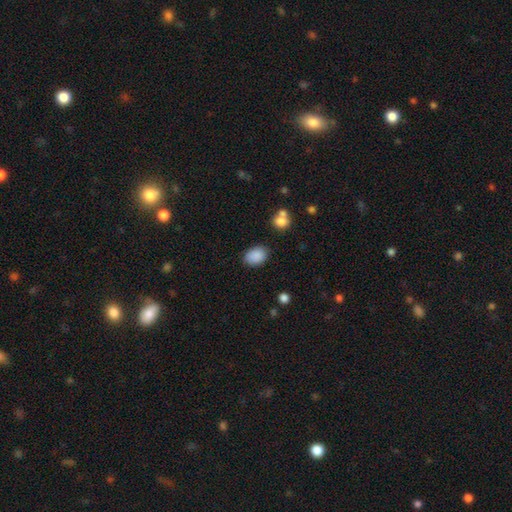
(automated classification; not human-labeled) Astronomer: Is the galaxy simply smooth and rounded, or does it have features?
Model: smooth — 88%.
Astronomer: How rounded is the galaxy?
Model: in between — 81%.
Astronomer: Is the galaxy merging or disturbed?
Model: none — 82%.